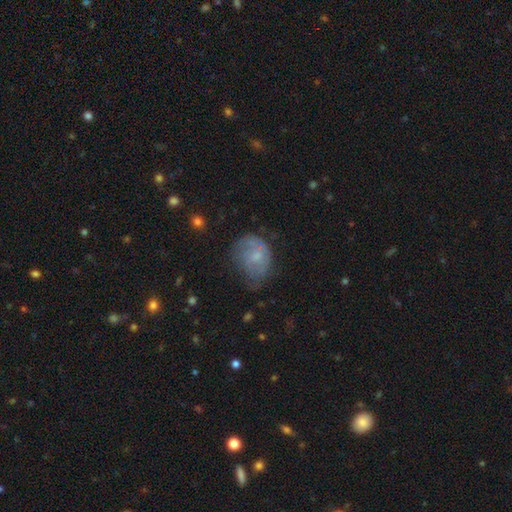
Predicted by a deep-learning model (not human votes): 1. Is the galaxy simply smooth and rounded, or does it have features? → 46% smooth, 44% featured or disk, 10% star or artifact.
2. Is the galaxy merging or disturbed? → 44% none, 32% minor disturbance, 22% major disturbance, 2% merger.